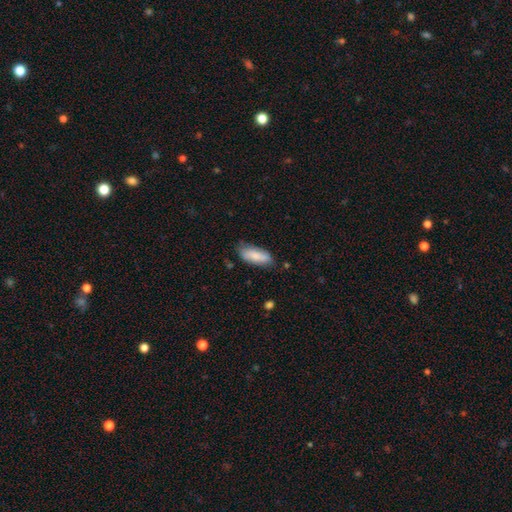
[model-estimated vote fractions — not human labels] This appears to be a smooth galaxy with no disk features (82%) that is in between round and cigar-shaped (79%). Merging: none (70%).